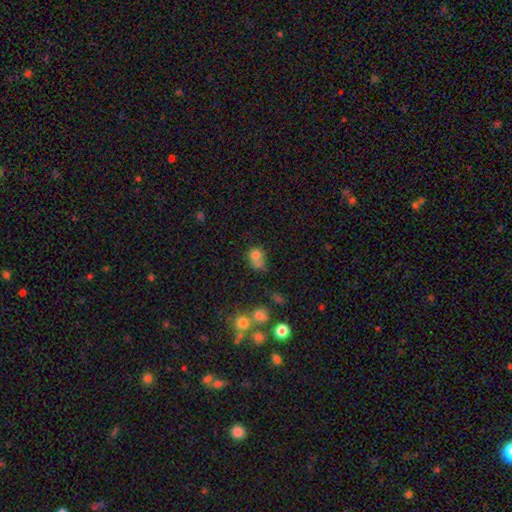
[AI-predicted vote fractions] Overall: smooth (74%). How rounded: round (64%; in between 34%). Merging: merger (42%; none 33%).